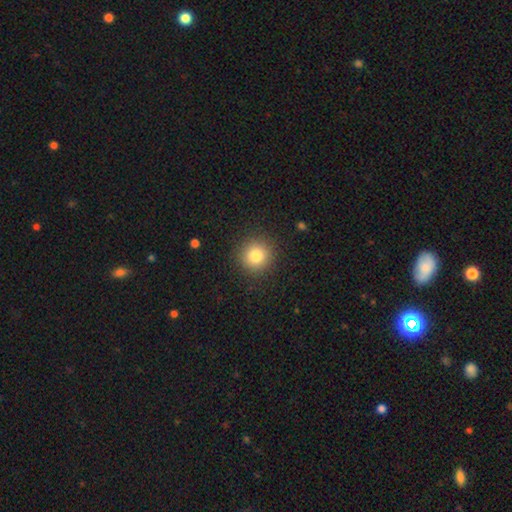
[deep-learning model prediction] smooth-or-featured: smooth: 82% | star or artifact: 11% | featured or disk: 7%
  how-rounded: round: 94% | in between: 5% | cigar-shaped: 1%
  merging: none: 90% | minor disturbance: 6% | major disturbance: 2% | merger: 1%